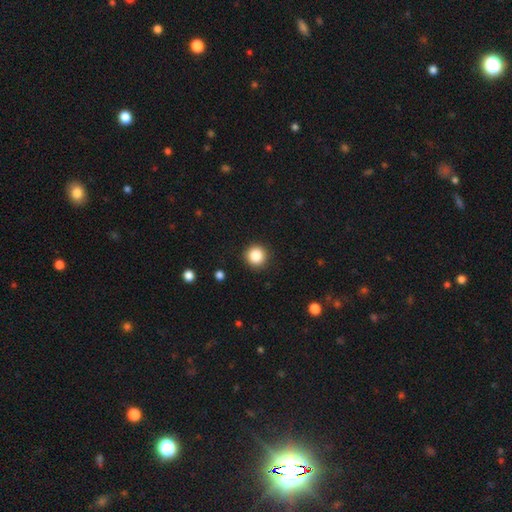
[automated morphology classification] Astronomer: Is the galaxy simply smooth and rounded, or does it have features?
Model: smooth — 86%.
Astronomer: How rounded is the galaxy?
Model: round — 95%.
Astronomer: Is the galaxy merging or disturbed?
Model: none — 91%.